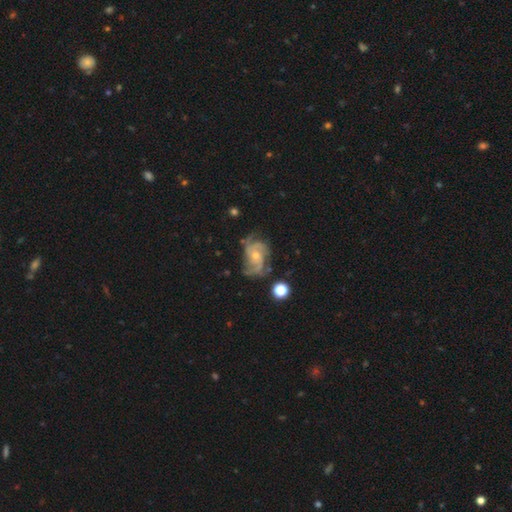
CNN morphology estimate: A featured or disk galaxy (87%) with no bar (72%), 3 (43%) medium (48%) spiral arms (97%) and a small central bulge (48%).

Vote fractions:
- Smooth or featured? featured or disk: 87% / smooth: 7% / star or artifact: 6%
- Edge-on disk? no: 98% / yes: 2%
- Bar? no: 72% / weak: 24% / strong: 4%
- Spiral arms? yes: 97% / no: 3%
- Spiral winding? medium: 48% / tight: 37% / loose: 15%
- Spiral arm count? 3: 43% / 2: 20% / can't tell: 14% / 4: 12% / 1: 5% / more than 4: 5%
- Bulge size? small: 48% / moderate: 47% / none: 2% / large: 2% / dominant: 1%
- Merging? none: 63% / minor disturbance: 22% / major disturbance: 12% / merger: 3%